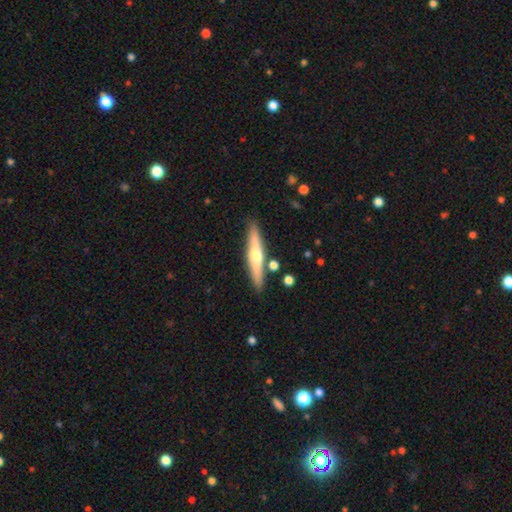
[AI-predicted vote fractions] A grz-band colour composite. It shows a featured or disk galaxy (57%) viewed edge-on (95%) with a rounded central bulge (91%). Merging: none (86%).